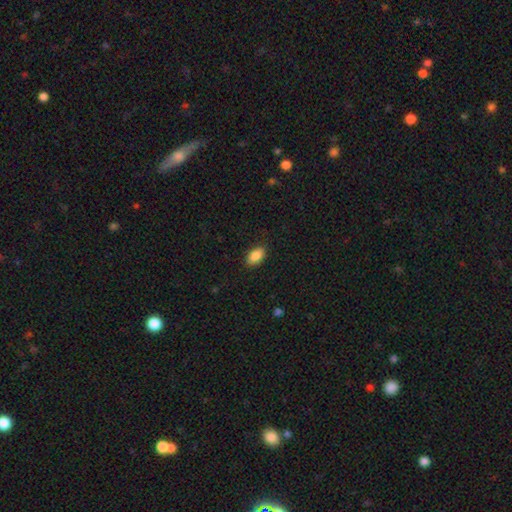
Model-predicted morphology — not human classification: smooth-or-featured: smooth: 88% | star or artifact: 8% | featured or disk: 5%
  how-rounded: in between: 91% | round: 6% | cigar-shaped: 2%
  merging: none: 87% | minor disturbance: 10% | major disturbance: 2% | merger: 1%